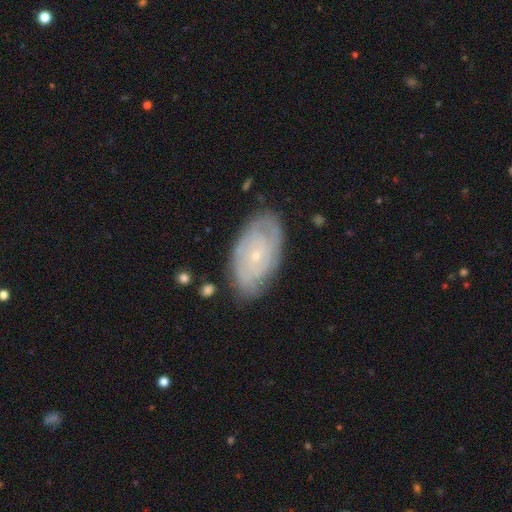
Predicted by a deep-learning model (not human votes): This appears to be a featured or disk galaxy (72%) with no bar (82%), tight (73%) spiral arms (82%) and a small central bulge (84%). Merging: none (77%).